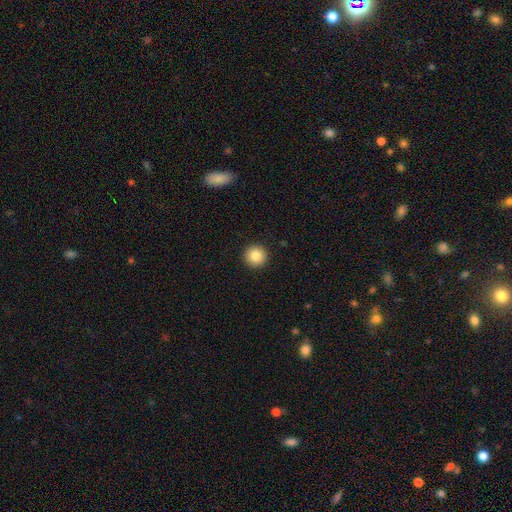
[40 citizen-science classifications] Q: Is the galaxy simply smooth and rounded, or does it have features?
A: smooth — 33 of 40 (82%).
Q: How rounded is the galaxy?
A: round — 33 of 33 (100%).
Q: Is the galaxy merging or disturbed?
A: none — 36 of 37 (97%).